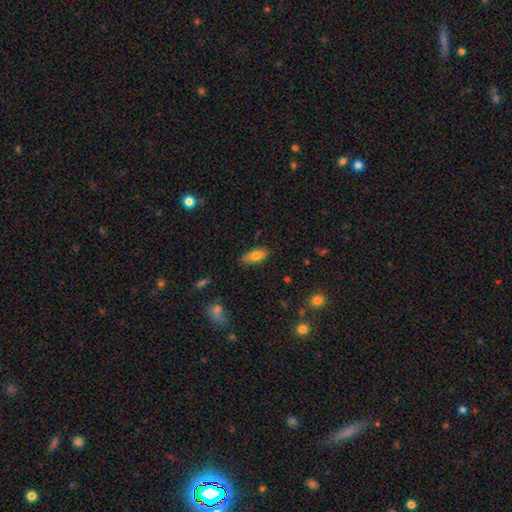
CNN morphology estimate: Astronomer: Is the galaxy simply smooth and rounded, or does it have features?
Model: smooth — 76%.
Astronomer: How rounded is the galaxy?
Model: in between — 83%.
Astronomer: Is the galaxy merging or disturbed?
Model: none — 86%.